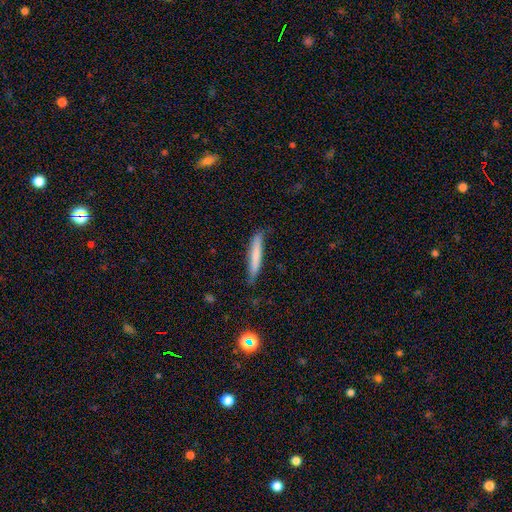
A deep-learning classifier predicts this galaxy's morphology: This appears to be a smooth galaxy with no disk features (72%) that is cigar-shaped (94%). Merging: none (79%).